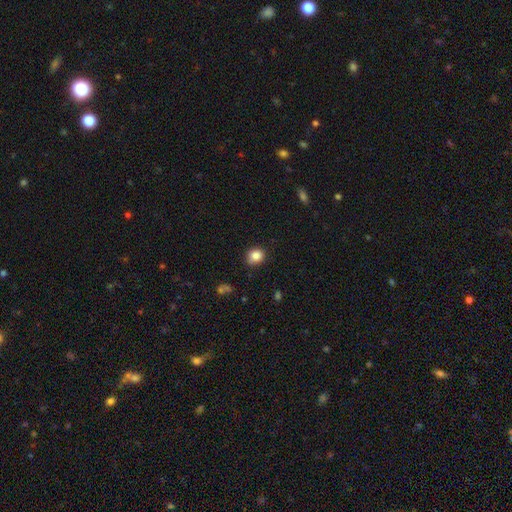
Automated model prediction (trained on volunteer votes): smooth 85%, star or artifact 10%, featured or disk 5%. Down the decision tree: how rounded — round (73%); merging — none (84%).